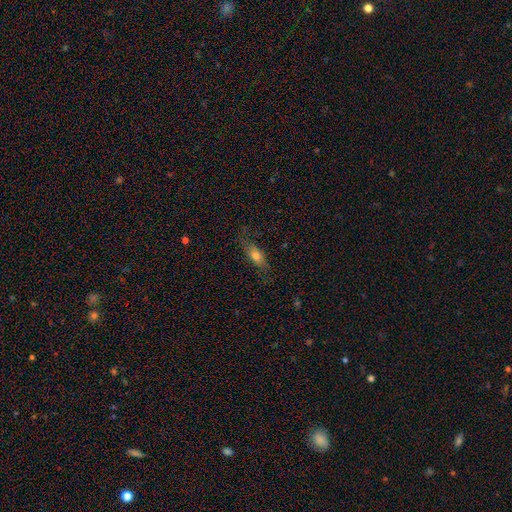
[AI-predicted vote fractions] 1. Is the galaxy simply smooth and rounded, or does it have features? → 65% smooth, 26% featured or disk, 9% star or artifact.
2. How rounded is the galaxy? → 64% in between, 32% cigar-shaped, 5% round.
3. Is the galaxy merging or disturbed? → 72% none, 20% minor disturbance, 7% major disturbance, 1% merger.